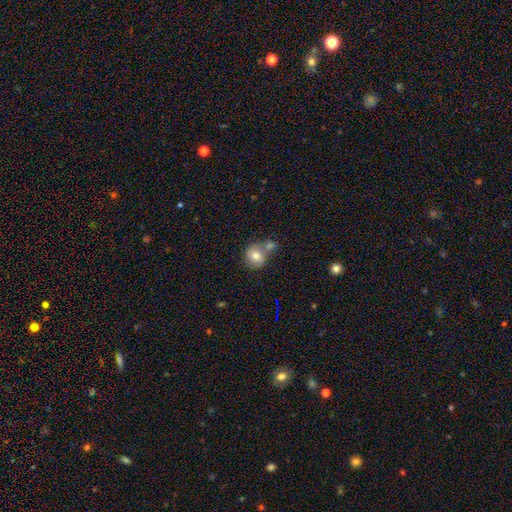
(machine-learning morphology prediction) type=smooth (74%); roundness=round (81%); merging=none (47%).